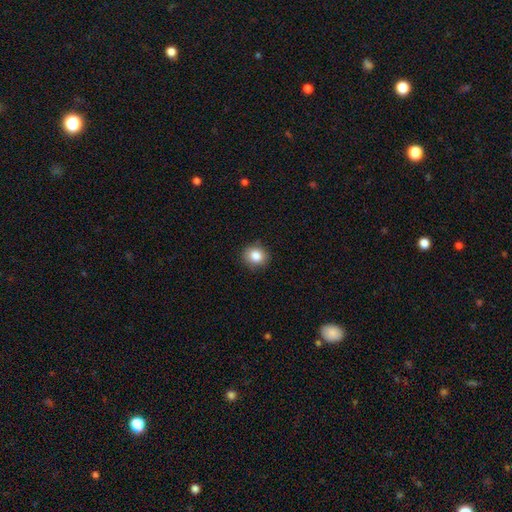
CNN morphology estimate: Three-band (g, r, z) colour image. It shows a smooth galaxy with no disk features (85%) that is round (79%). Merging: none (87%).